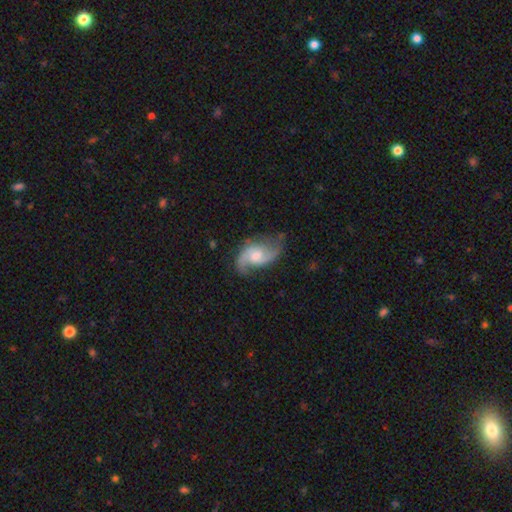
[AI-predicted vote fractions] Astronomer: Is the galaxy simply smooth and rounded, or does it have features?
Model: featured or disk — 85%.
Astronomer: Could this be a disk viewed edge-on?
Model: no — 97%.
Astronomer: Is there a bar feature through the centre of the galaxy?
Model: no — 55% (runner-up: weak, 39%).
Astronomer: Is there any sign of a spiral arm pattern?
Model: yes — 97%.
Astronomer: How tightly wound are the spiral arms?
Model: medium — 48% (runner-up: loose, 38%).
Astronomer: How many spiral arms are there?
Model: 2 — 87%.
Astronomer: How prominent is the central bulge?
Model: moderate — 52% (runner-up: small, 33%).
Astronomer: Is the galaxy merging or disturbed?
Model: none — 68%.